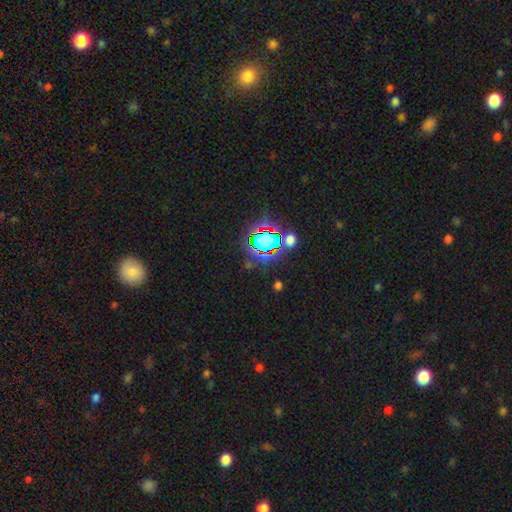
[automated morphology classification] type=star or artifact (79%).